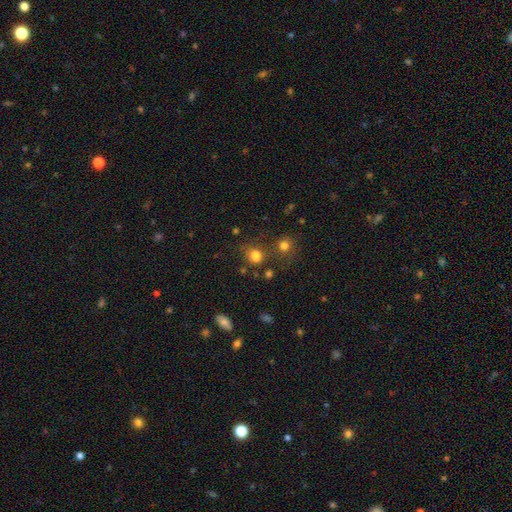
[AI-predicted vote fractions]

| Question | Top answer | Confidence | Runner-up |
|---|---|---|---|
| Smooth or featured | smooth | 78% | star or artifact (16%) |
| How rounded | round | 78% | in between (21%) |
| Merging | none | 66% | merger (15%) |